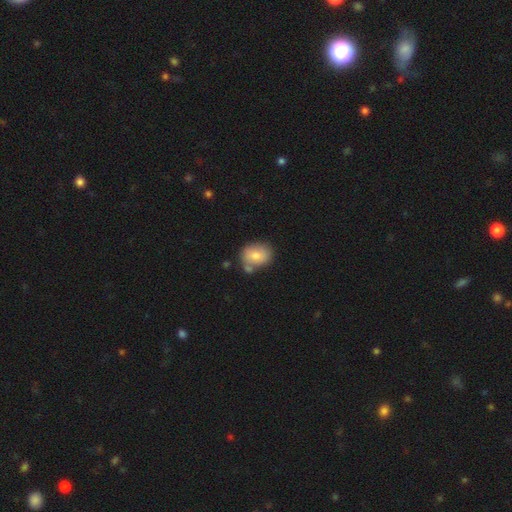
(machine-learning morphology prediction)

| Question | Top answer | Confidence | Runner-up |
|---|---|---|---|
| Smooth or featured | smooth | 75% | featured or disk (18%) |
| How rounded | round | 53% | in between (46%) |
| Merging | none | 59% | minor disturbance (20%) |